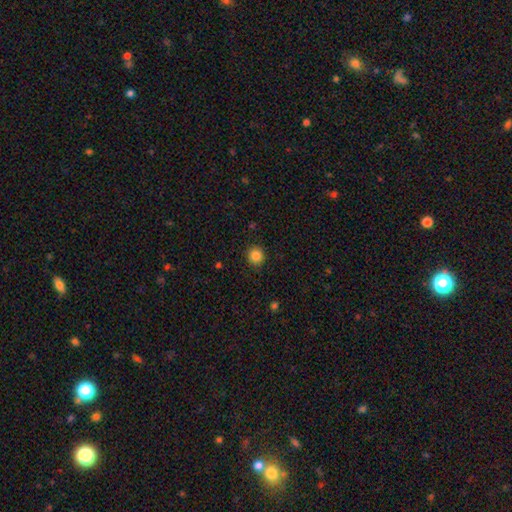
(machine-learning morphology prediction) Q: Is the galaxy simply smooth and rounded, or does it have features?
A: smooth — 86%.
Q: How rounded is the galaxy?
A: round — 90%.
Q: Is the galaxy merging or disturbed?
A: none — 89%.